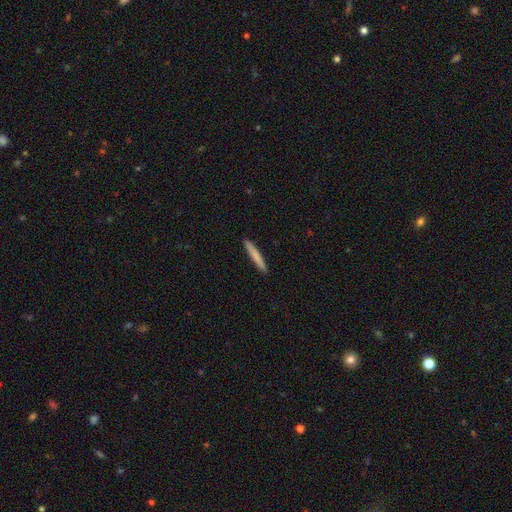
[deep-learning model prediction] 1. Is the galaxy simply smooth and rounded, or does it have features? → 76% smooth, 19% featured or disk, 5% star or artifact.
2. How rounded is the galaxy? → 96% cigar-shaped, 3% in between, 1% round.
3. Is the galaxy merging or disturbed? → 92% none, 5% minor disturbance, 1% major disturbance, 1% merger.